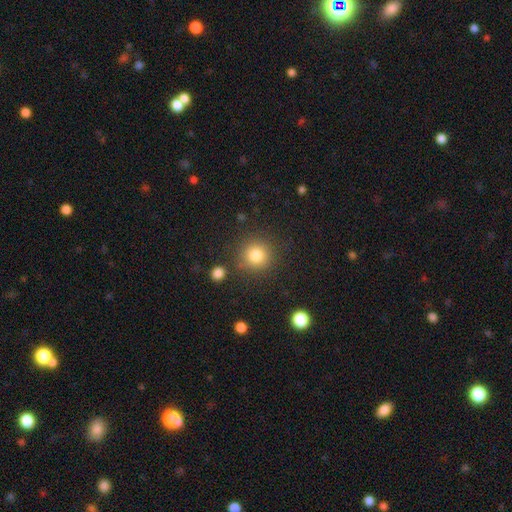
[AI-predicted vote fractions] Smooth or featured?
  - smooth: 82% *
  - star or artifact: 12%
  - featured or disk: 6%
How rounded?
  - round: 92% *
  - in between: 7%
  - cigar-shaped: 1%
Merging?
  - none: 84% *
  - minor disturbance: 9%
  - merger: 4%
  - major disturbance: 4%